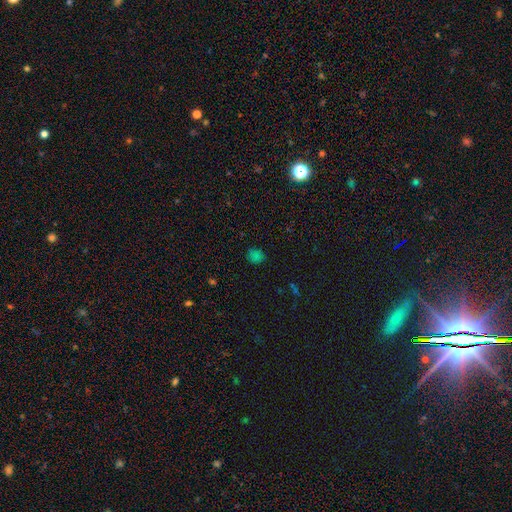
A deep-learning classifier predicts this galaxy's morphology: Q: Smooth or featured?
A: smooth (68%); runner-up: star or artifact (27%)
Q: How rounded?
A: round (78%); runner-up: in between (21%)
Q: Merging?
A: none (83%); runner-up: minor disturbance (12%)